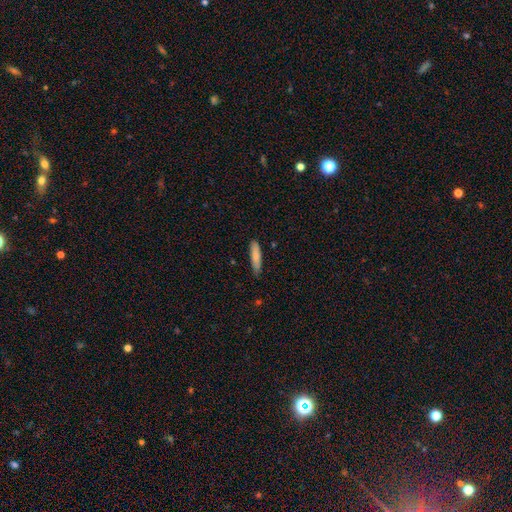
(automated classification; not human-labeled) This is clearly a smooth galaxy (80%). How rounded: clearly cigar-shaped (80%). Merging: clearly none (83%).